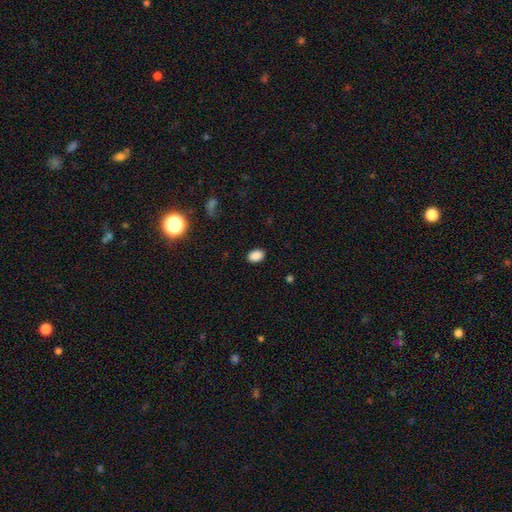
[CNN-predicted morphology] A smooth galaxy with no disk features (89%) that is in between round and cigar-shaped (82%). Merging: none (89%).